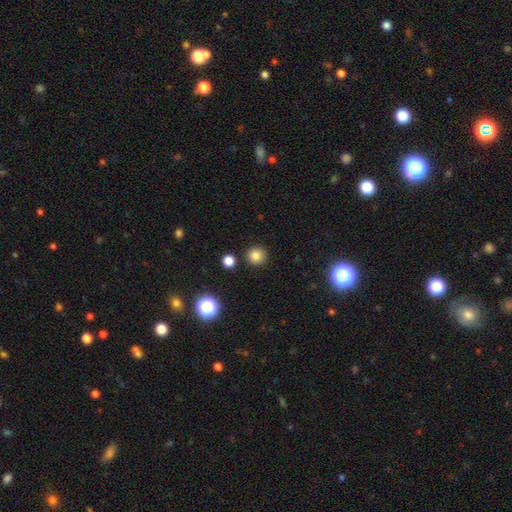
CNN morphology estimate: smooth-or-featured: smooth: 83% | star or artifact: 13% | featured or disk: 5%
  how-rounded: round: 94% | in between: 5% | cigar-shaped: 1%
  merging: none: 90% | minor disturbance: 5% | merger: 3% | major disturbance: 2%